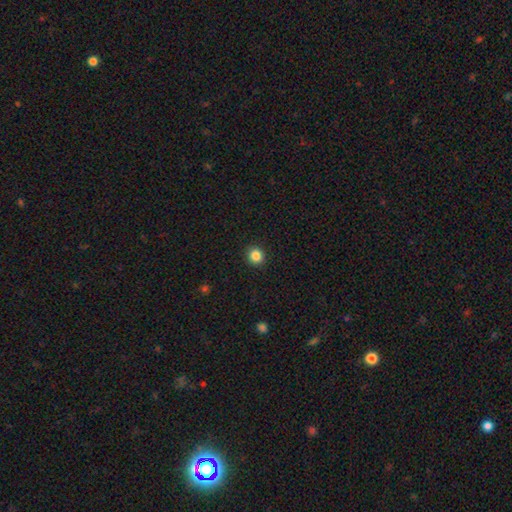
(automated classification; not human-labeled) Smooth or featured? Predicted: smooth (p=0.85). How rounded? Predicted: round (p=0.87). Merging? Predicted: none (p=0.92).